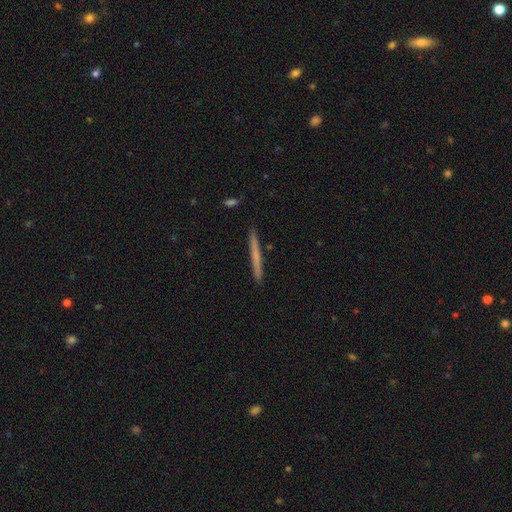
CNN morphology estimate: smooth-or-featured: smooth: 59% | featured or disk: 36% | star or artifact: 5%
  how-rounded: cigar-shaped: 97% | in between: 2% | round: 1%
  merging: none: 92% | minor disturbance: 5% | merger: 1% | major disturbance: 1%